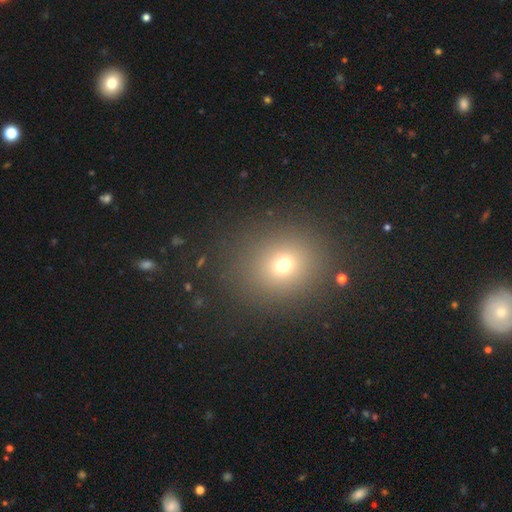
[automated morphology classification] smooth 62%, star or artifact 30%, featured or disk 8%. Down the decision tree: how rounded — round (76%); merging — none (89%).